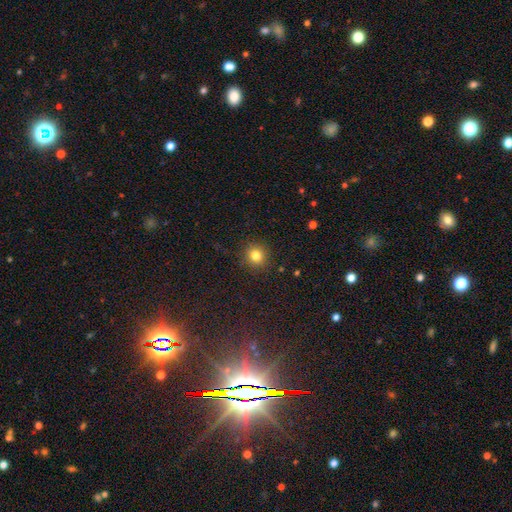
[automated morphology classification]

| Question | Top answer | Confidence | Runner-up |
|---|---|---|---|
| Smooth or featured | smooth | 81% | star or artifact (13%) |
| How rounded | round | 90% | in between (9%) |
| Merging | none | 90% | minor disturbance (7%) |